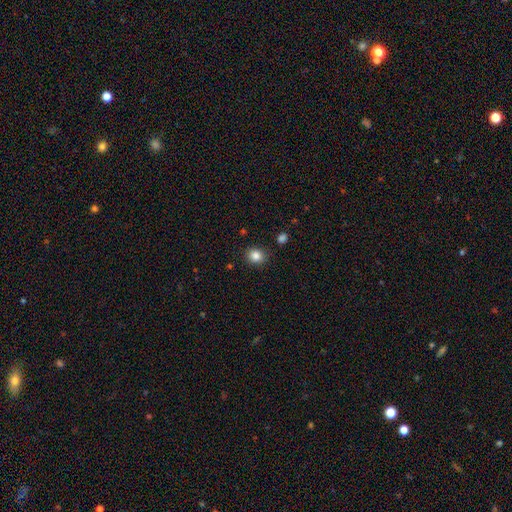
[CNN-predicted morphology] This is clearly a smooth galaxy (85%). How rounded: likely round (77%). Merging: clearly none (87%).